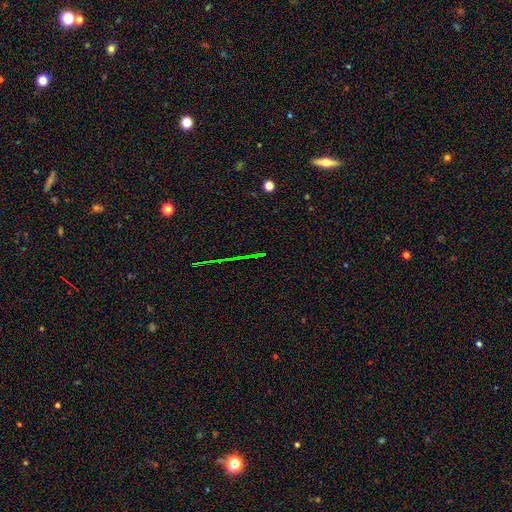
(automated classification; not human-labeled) This appears to be a star or artifact, not a galaxy (77%).